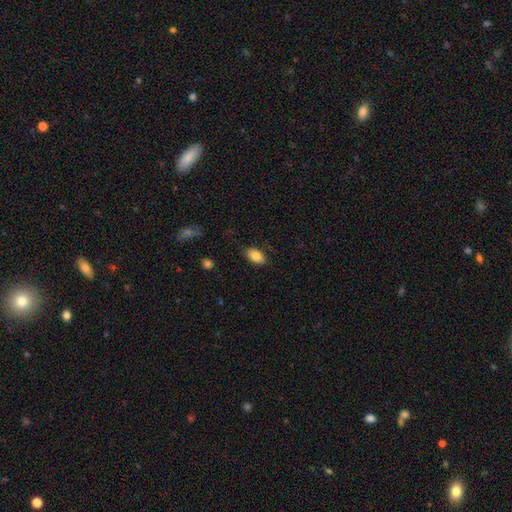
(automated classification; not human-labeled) This is clearly a smooth galaxy (83%). How rounded: clearly in between (92%). Merging: clearly none (84%).